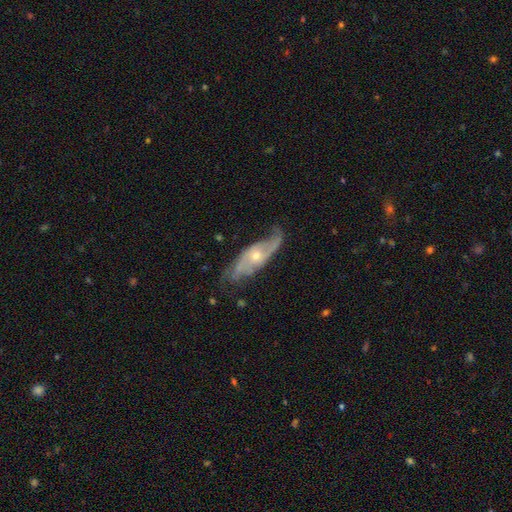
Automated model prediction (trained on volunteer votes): A featured or disk galaxy (81%) with no bar (70%), 2 (69%) medium (42%) spiral arms (92%) and a small central bulge (50%).

Vote fractions:
- Smooth or featured? featured or disk: 81% / smooth: 13% / star or artifact: 6%
- Edge-on disk? no: 84% / yes: 16%
- Bar? no: 70% / weak: 24% / strong: 6%
- Spiral arms? yes: 92% / no: 8%
- Spiral winding? medium: 42% / loose: 36% / tight: 22%
- Spiral arm count? 2: 69% / can't tell: 15% / 3: 7% / 1: 4% / 4: 2% / more than 4: 2%
- Bulge size? small: 50% / moderate: 46% / large: 2% / none: 1% / dominant: 1%
- Merging? none: 65% / minor disturbance: 24% / major disturbance: 10% / merger: 2%